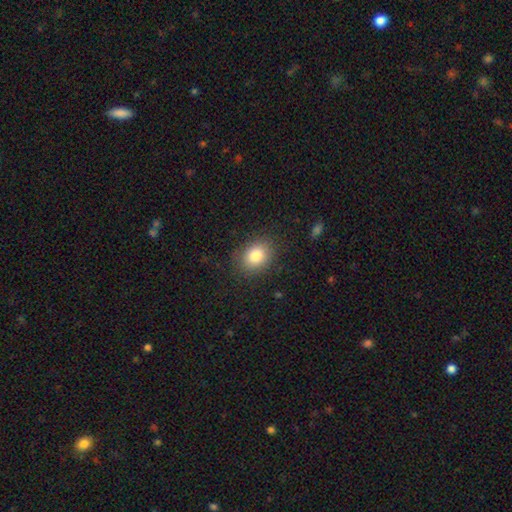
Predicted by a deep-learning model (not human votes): Smooth or featured? Predicted: smooth (p=0.82). How rounded? Predicted: in between (p=0.56). Merging? Predicted: none (p=0.85).